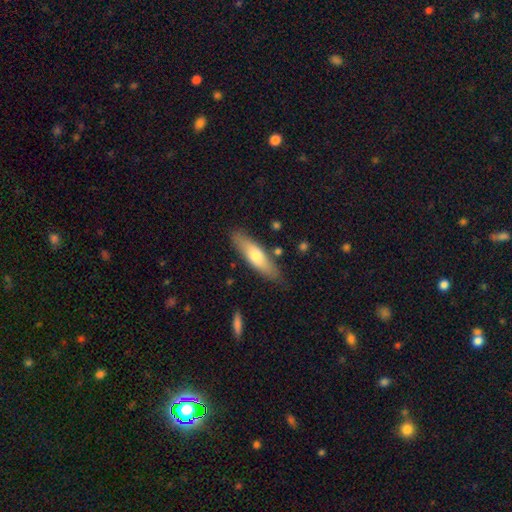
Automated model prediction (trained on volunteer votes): The model was most divided on "how rounded": cigar-shaped: 61%, in between: 37%, round: 2%. More confident: merging — none (83%); smooth or featured — smooth (62%).